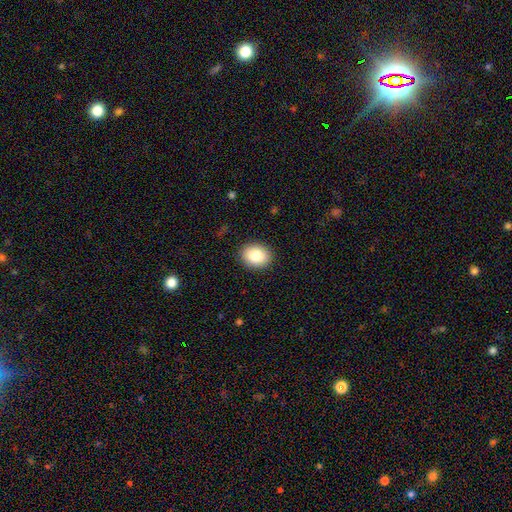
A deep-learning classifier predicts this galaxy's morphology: This is clearly a smooth galaxy (84%). How rounded: possibly in between (51%). Merging: clearly none (90%).